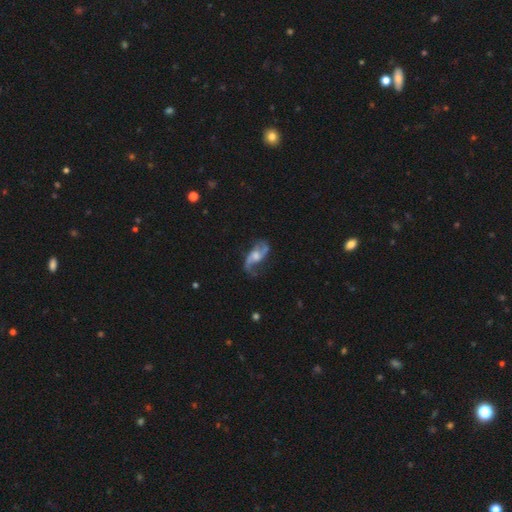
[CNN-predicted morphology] A featured or disk galaxy (84%) with no bar (49%), 2 (89%) loose (71%) spiral arms (95%) and a moderate central bulge (48%). Merging: none (63%).